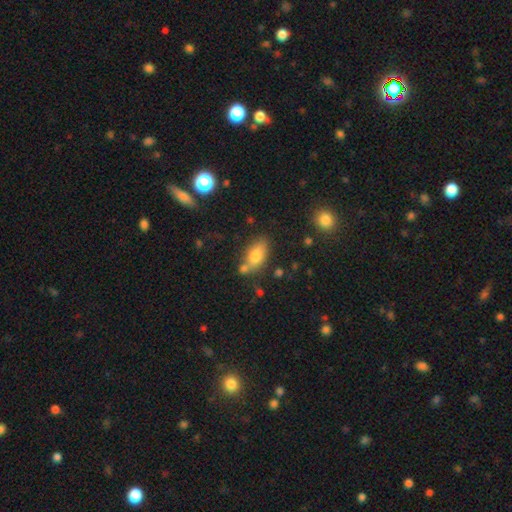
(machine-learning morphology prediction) smooth-or-featured: smooth: 77% | featured or disk: 14% | star or artifact: 9%
  how-rounded: in between: 88% | cigar-shaped: 6% | round: 6%
  merging: none: 64% | minor disturbance: 16% | merger: 15% | major disturbance: 5%